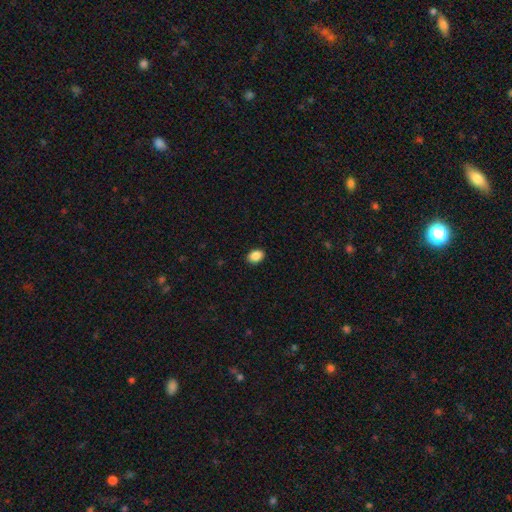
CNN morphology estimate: smooth 89%, star or artifact 8%, featured or disk 3%. Down the decision tree: how rounded — in between (78%); merging — none (90%).